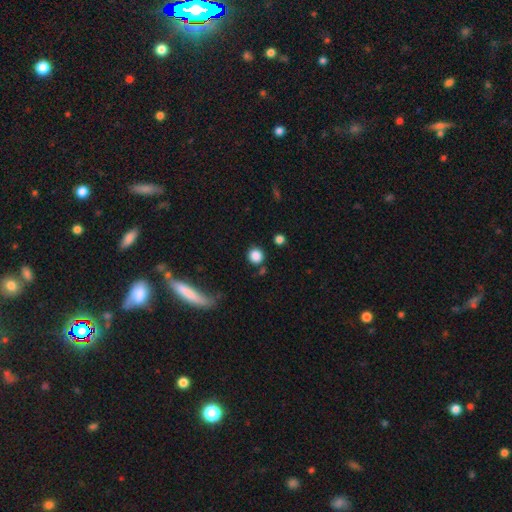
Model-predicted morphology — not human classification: smooth-or-featured: smooth: 85% | star or artifact: 11% | featured or disk: 4%
  how-rounded: round: 92% | in between: 6% | cigar-shaped: 1%
  merging: none: 82% | minor disturbance: 9% | merger: 6% | major disturbance: 4%